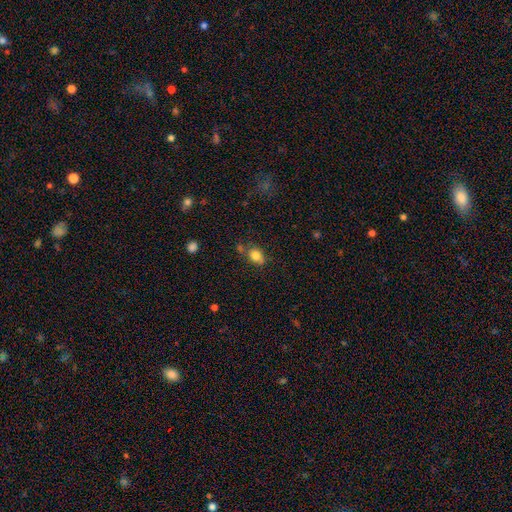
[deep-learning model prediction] smooth-or-featured: smooth: 80% | star or artifact: 10% | featured or disk: 10%
  how-rounded: in between: 66% | round: 32% | cigar-shaped: 2%
  merging: none: 62% | minor disturbance: 22% | merger: 10% | major disturbance: 6%